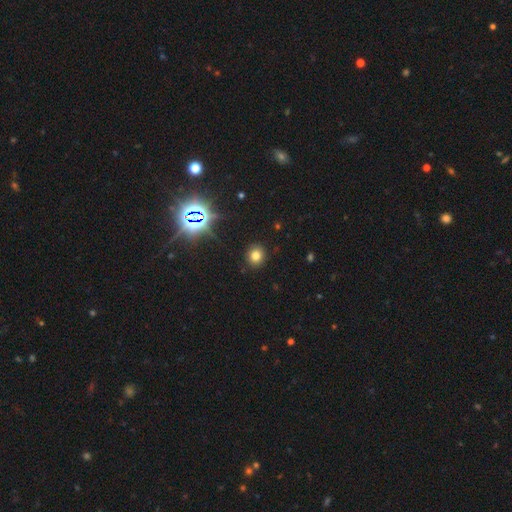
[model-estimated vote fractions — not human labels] Smooth or featured? Predicted: smooth (p=0.74). How rounded? Predicted: round (p=0.79). Merging? Predicted: none (p=0.90).